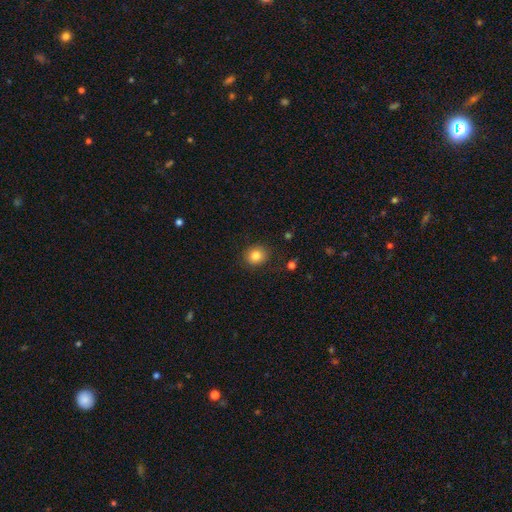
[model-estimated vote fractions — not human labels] Smooth or featured?
  - smooth: 83% *
  - star or artifact: 10%
  - featured or disk: 7%
How rounded?
  - round: 77% *
  - in between: 22%
  - cigar-shaped: 1%
Merging?
  - none: 88% *
  - minor disturbance: 8%
  - major disturbance: 2%
  - merger: 1%